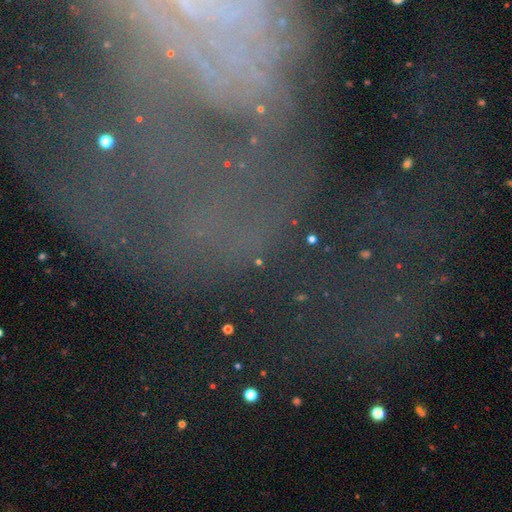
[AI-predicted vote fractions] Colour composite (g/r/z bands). It shows a star or artifact, not a galaxy (53%).